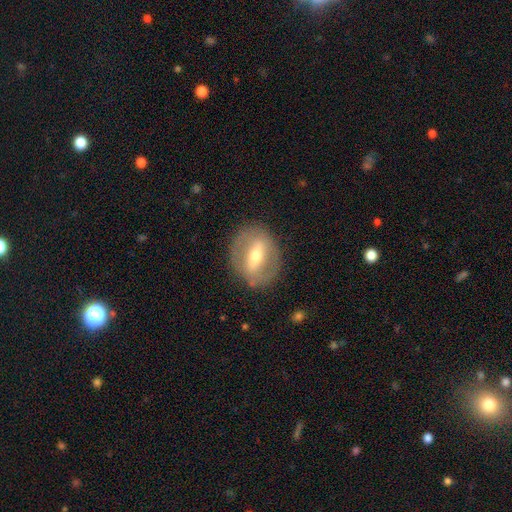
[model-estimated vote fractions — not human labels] This appears to be a featured or disk galaxy (66%) with a strong bar (63%), no spiral arms (72%) and a moderate central bulge (66%). Merging: none (82%).